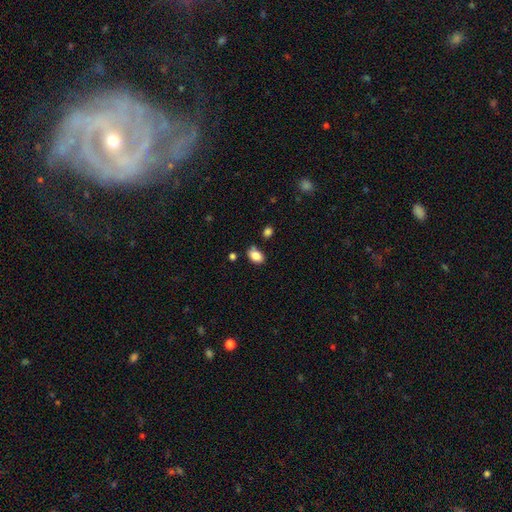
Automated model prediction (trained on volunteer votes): Smooth or featured? Predicted: smooth (p=0.84). How rounded? Predicted: in between (p=0.85). Merging? Predicted: none (p=0.74).